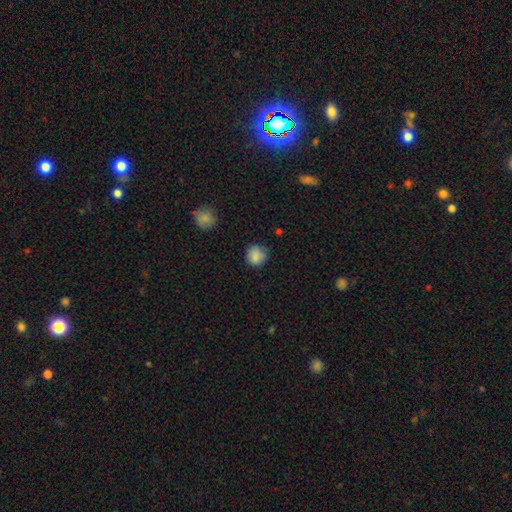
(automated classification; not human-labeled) This appears to be a smooth galaxy with no disk features (86%) that is round (91%). Merging: none (82%).